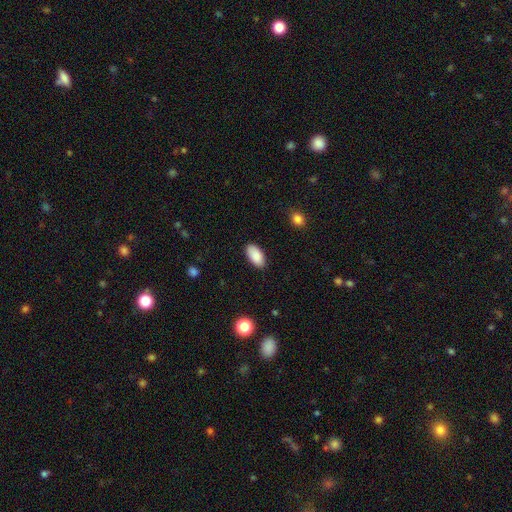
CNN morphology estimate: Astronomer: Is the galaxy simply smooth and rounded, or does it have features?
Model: smooth — 89%.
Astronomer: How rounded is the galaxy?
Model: in between — 95%.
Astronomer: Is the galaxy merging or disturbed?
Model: none — 87%.